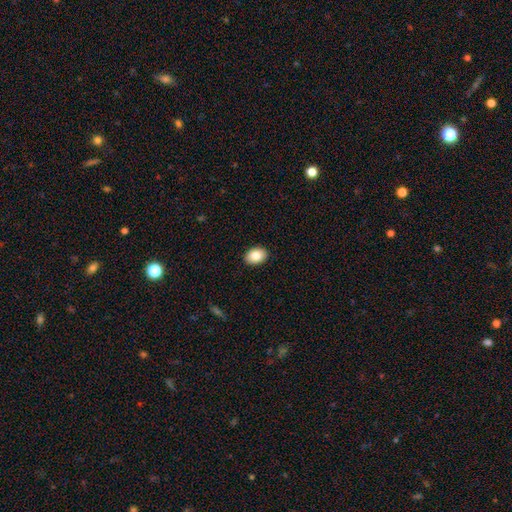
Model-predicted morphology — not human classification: smooth-or-featured: smooth: 85% | featured or disk: 8% | star or artifact: 8%
  how-rounded: in between: 76% | round: 23% | cigar-shaped: 1%
  merging: none: 91% | minor disturbance: 6% | major disturbance: 2% | merger: 1%